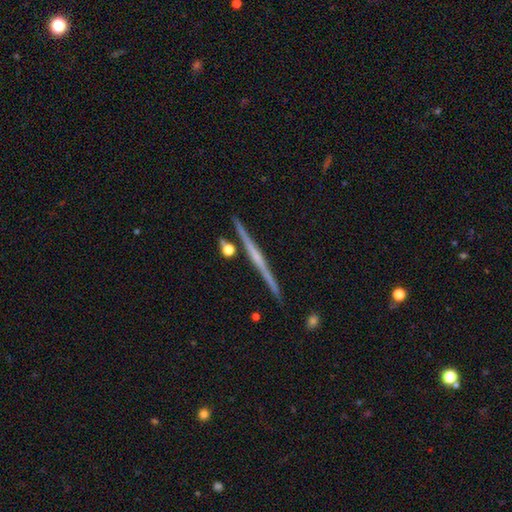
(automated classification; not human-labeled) Smooth or featured? Predicted: featured or disk (p=0.73). Edge-on disk? Predicted: yes (p=0.98). Edge-on bulge? Predicted: none (p=0.61). Merging? Predicted: none (p=0.90).